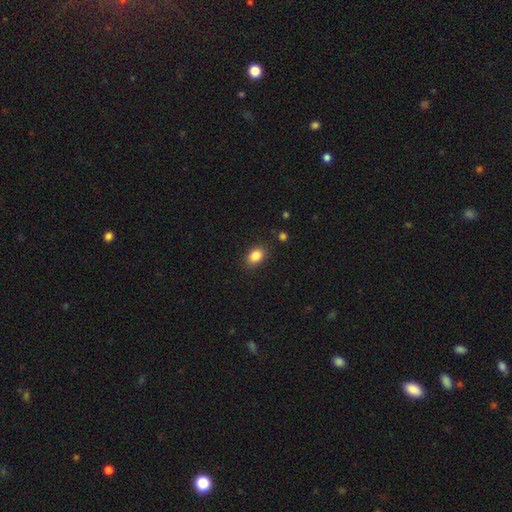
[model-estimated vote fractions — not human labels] A smooth galaxy with no disk features (86%) that is in between round and cigar-shaped (78%). Merging: none (86%).